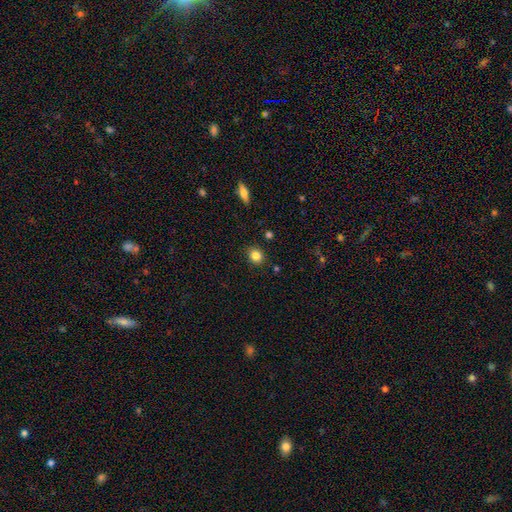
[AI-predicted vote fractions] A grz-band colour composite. It shows a smooth galaxy with no disk features (84%) that is round (77%). Merging: none (88%).